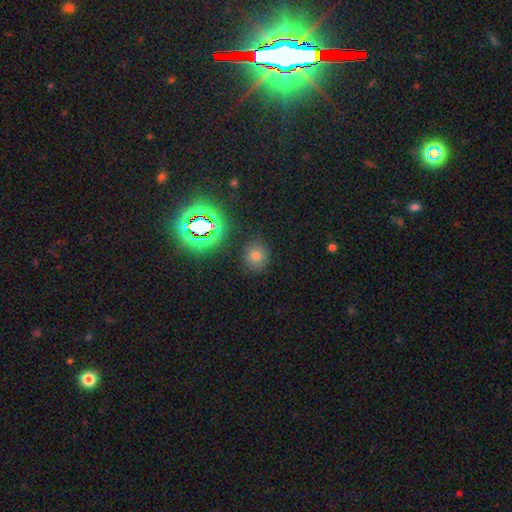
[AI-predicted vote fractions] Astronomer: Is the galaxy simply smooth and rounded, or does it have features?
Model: smooth — 67%.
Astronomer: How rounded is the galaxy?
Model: round — 82%.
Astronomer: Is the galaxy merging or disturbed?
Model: none — 85%.